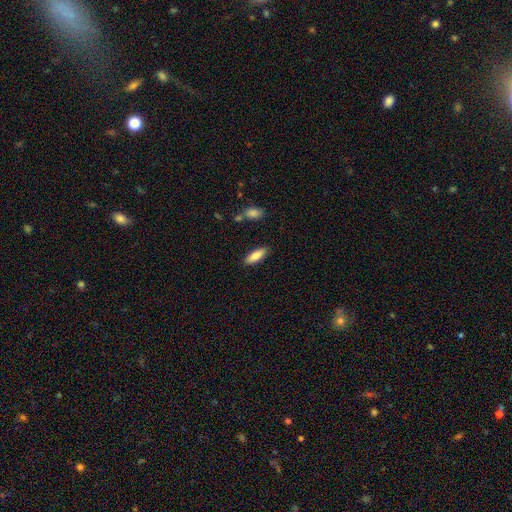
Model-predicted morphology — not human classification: The model was most divided on "how rounded": in between: 61%, cigar-shaped: 38%, round: 2%. More confident: merging — none (86%); smooth or featured — smooth (83%).